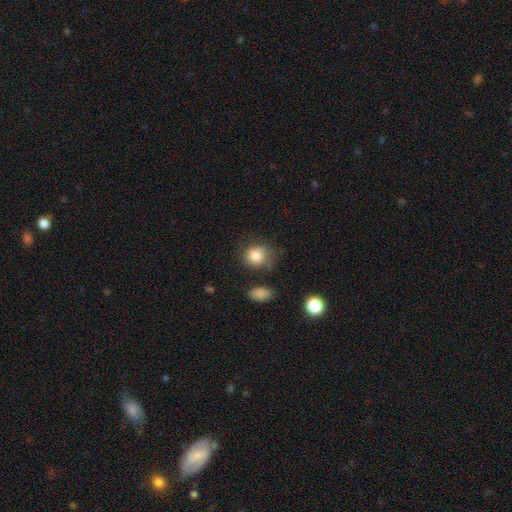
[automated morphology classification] A smooth galaxy with no disk features (82%) that is round (70%).

Vote fractions:
- Smooth or featured? smooth: 82% / featured or disk: 9% / star or artifact: 9%
- How rounded? round: 70% / in between: 29% / cigar-shaped: 1%
- Merging? none: 59% / minor disturbance: 25% / major disturbance: 12% / merger: 5%